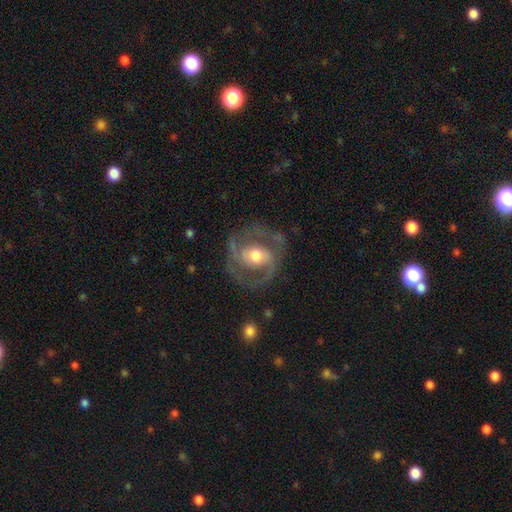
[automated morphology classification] A featured or disk galaxy (81%) with no bar (47%), 2 (80%) medium (52%) spiral arms (86%) and a moderate central bulge (69%).

Vote fractions:
- Smooth or featured? featured or disk: 81% / smooth: 14% / star or artifact: 5%
- Edge-on disk? no: 97% / yes: 3%
- Bar? no: 47% / weak: 37% / strong: 17%
- Spiral arms? yes: 86% / no: 14%
- Spiral winding? medium: 52% / tight: 31% / loose: 17%
- Spiral arm count? 2: 80% / can't tell: 8% / 3: 5% / 1: 3% / 4: 2% / more than 4: 2%
- Bulge size? moderate: 69% / large: 18% / small: 11% / dominant: 1% / none: 1%
- Merging? none: 72% / minor disturbance: 16% / major disturbance: 11% / merger: 2%